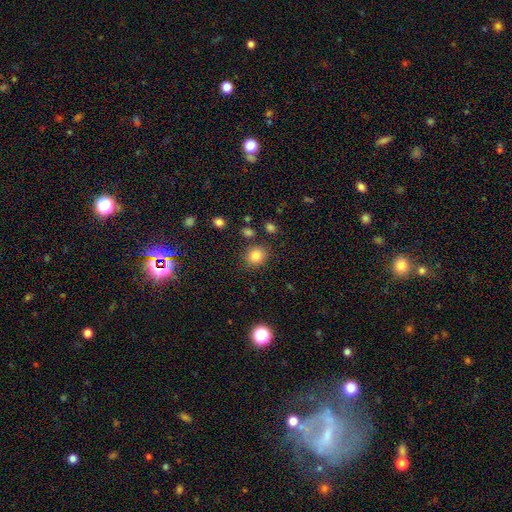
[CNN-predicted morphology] A smooth galaxy with no disk features (83%) that is round (76%).

Vote fractions:
- Smooth or featured? smooth: 83% / star or artifact: 11% / featured or disk: 6%
- How rounded? round: 76% / in between: 23% / cigar-shaped: 1%
- Merging? none: 82% / minor disturbance: 10% / merger: 4% / major disturbance: 3%